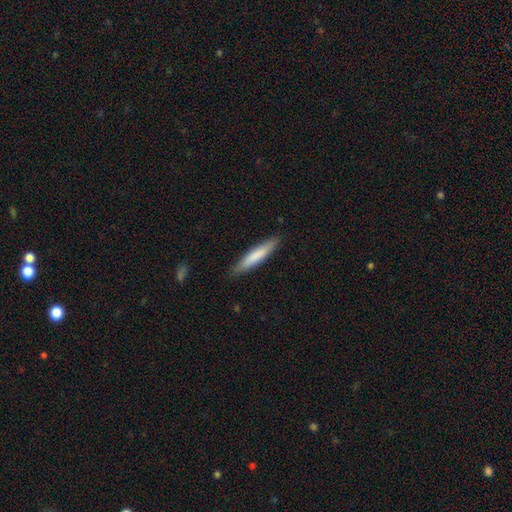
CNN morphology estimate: Smooth or featured?
  - smooth: 76% *
  - featured or disk: 19%
  - star or artifact: 5%
How rounded?
  - cigar-shaped: 89% *
  - in between: 10%
  - round: 1%
Merging?
  - none: 87% *
  - minor disturbance: 10%
  - major disturbance: 2%
  - merger: 1%